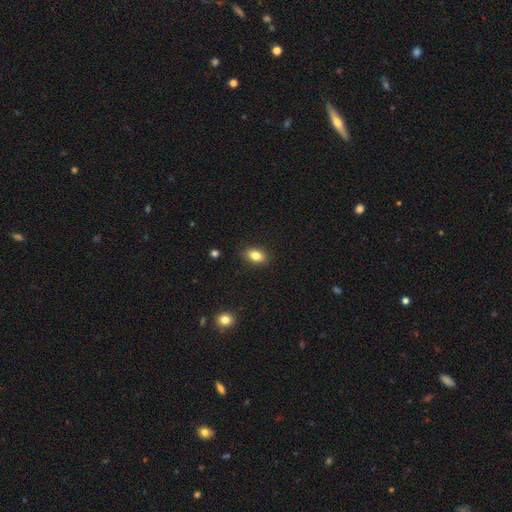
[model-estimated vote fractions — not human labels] This is clearly a smooth galaxy (83%). How rounded: clearly in between (85%). Merging: clearly none (87%).